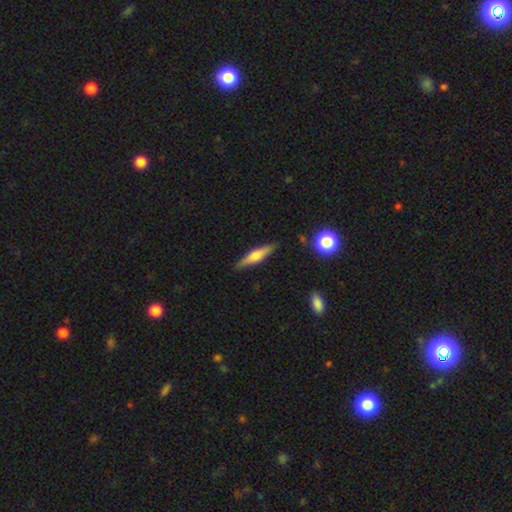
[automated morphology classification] Q: Smooth or featured?
A: featured or disk (55%); runner-up: smooth (39%)
Q: Edge-on disk?
A: yes (95%); runner-up: no (5%)
Q: Edge-on bulge?
A: rounded (87%); runner-up: boxy (8%)
Q: Merging?
A: none (88%); runner-up: minor disturbance (9%)